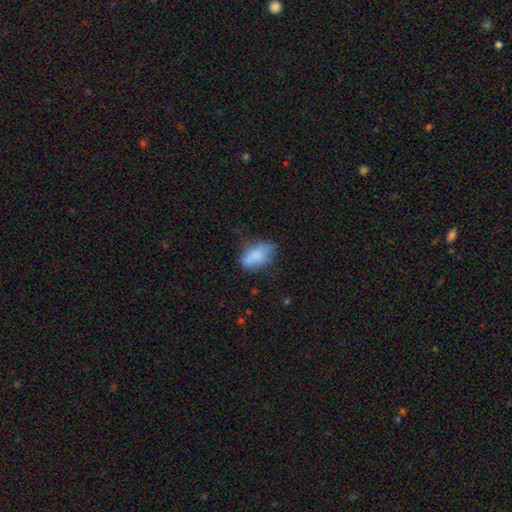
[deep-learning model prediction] smooth-or-featured: smooth: 75% | featured or disk: 16% | star or artifact: 9%
  how-rounded: in between: 90% | round: 6% | cigar-shaped: 4%
  merging: none: 45% | minor disturbance: 34% | major disturbance: 15% | merger: 5%